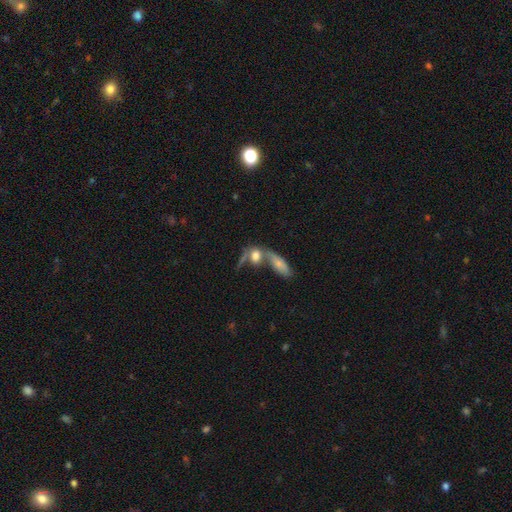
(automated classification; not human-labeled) This appears to be a smooth galaxy with no disk features (60%) that is in between round and cigar-shaped (53%). Merging: merger (50%).